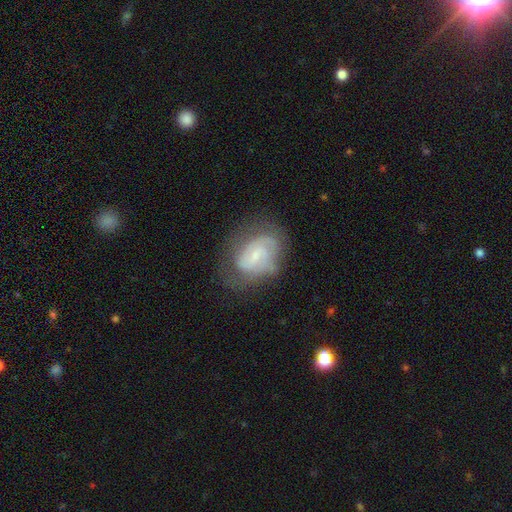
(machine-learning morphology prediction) Smooth or featured?
  - featured or disk: 75% *
  - smooth: 18%
  - star or artifact: 7%
Edge-on disk?
  - no: 98% *
  - yes: 2%
Bar?
  - weak: 53% *
  - no: 36%
  - strong: 10%
Spiral arms?
  - yes: 90% *
  - no: 10%
Spiral winding?
  - tight: 45% *
  - medium: 42%
  - loose: 13%
Spiral arm count?
  - 2: 42% *
  - can't tell: 29%
  - 3: 16%
  - 1: 6%
  - 4: 4%
  - more than 4: 3%
Bulge size?
  - small: 68% *
  - moderate: 19%
  - none: 11%
  - large: 1%
  - dominant: 1%
Merging?
  - none: 61% *
  - minor disturbance: 23%
  - major disturbance: 14%
  - merger: 2%